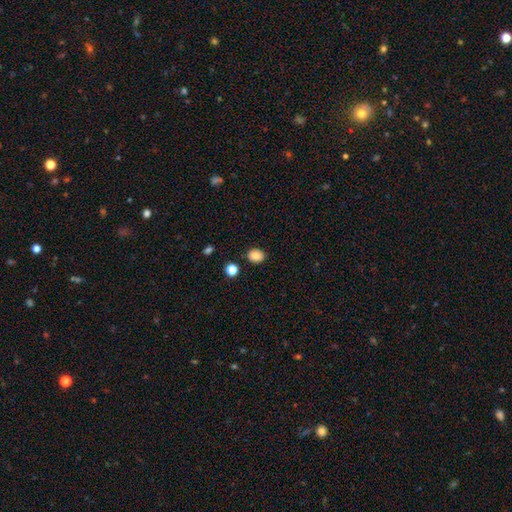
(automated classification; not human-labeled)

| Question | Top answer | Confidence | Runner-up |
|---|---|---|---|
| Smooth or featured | smooth | 86% | star or artifact (10%) |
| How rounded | round | 51% | in between (48%) |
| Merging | none | 86% | minor disturbance (9%) |